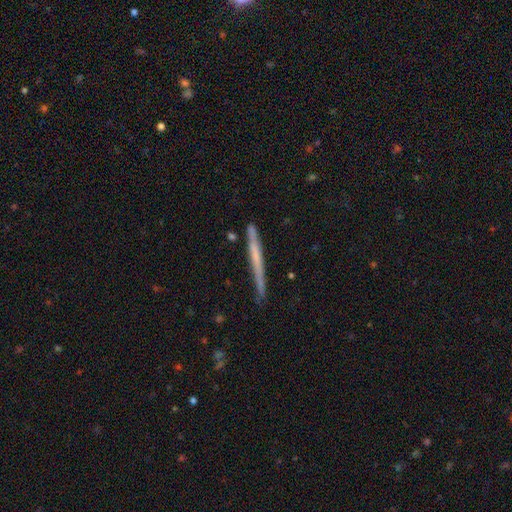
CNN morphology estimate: Q: Smooth or featured?
A: featured or disk (50%); runner-up: smooth (43%)
Q: Merging?
A: none (78%); runner-up: minor disturbance (16%)